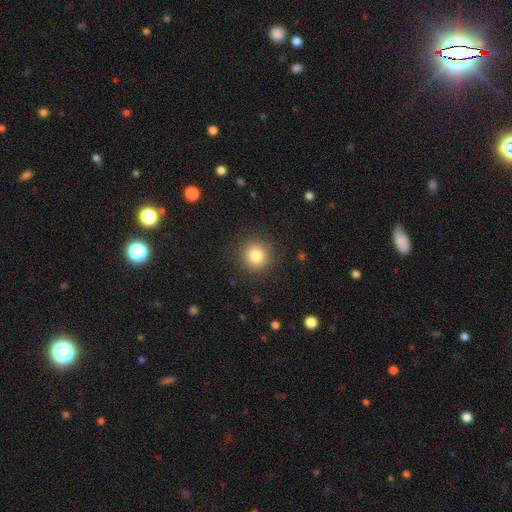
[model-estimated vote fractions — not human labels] smooth 82%, star or artifact 11%, featured or disk 7%. Down the decision tree: how rounded — round (92%); merging — none (89%).